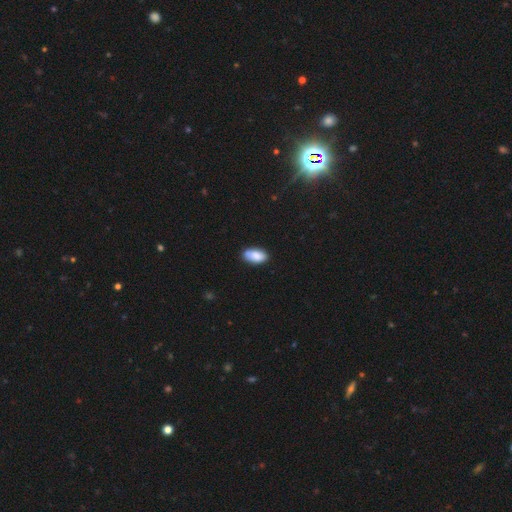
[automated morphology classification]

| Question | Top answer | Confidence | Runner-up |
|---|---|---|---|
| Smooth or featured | smooth | 85% | featured or disk (8%) |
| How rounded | in between | 94% | cigar-shaped (3%) |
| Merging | none | 74% | minor disturbance (19%) |